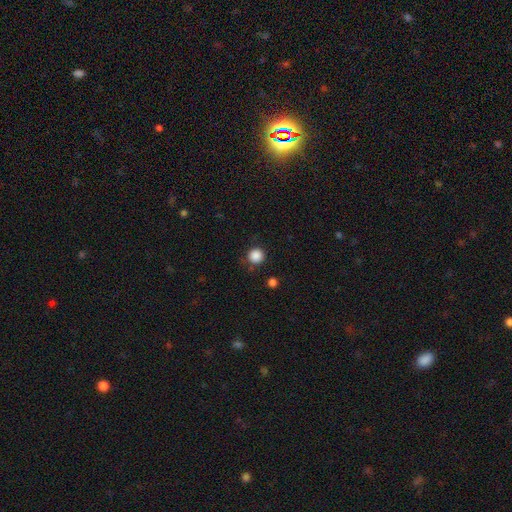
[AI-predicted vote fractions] Smooth or featured? smooth (87%)
How rounded? round (95%)
Merging? none (86%)